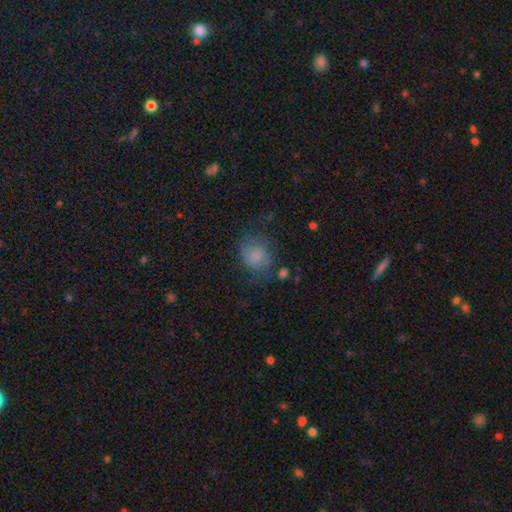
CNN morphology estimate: smooth-or-featured: smooth: 74% | featured or disk: 16% | star or artifact: 11%
  how-rounded: round: 60% | in between: 39% | cigar-shaped: 1%
  merging: none: 54% | minor disturbance: 25% | major disturbance: 17% | merger: 3%